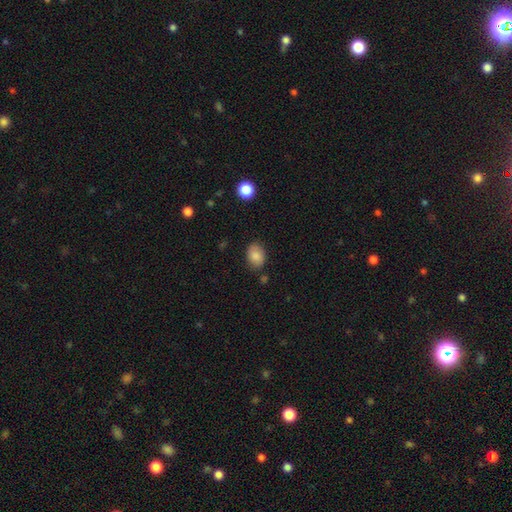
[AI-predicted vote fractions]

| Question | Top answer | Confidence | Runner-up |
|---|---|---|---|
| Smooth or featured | smooth | 85% | star or artifact (8%) |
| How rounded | in between | 72% | round (27%) |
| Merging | none | 79% | minor disturbance (15%) |